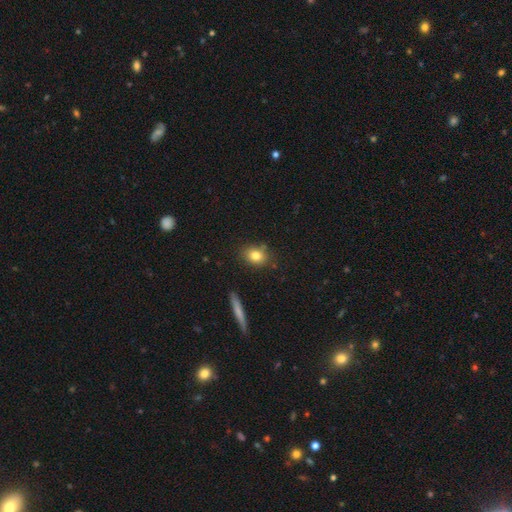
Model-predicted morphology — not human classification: smooth_or_featured: smooth (p=0.81) [alt: featured or disk p=0.10]
how_rounded: in between (p=0.57) [alt: round p=0.40]
merging: none (p=0.79) [alt: minor disturbance p=0.13]